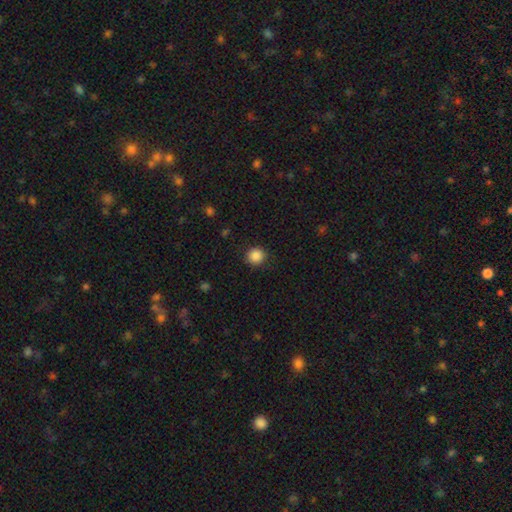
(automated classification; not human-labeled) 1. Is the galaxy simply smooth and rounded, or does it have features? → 87% smooth, 10% star or artifact, 3% featured or disk.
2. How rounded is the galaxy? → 91% round, 8% in between, 1% cigar-shaped.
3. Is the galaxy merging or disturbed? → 90% none, 6% minor disturbance, 2% major disturbance, 1% merger.